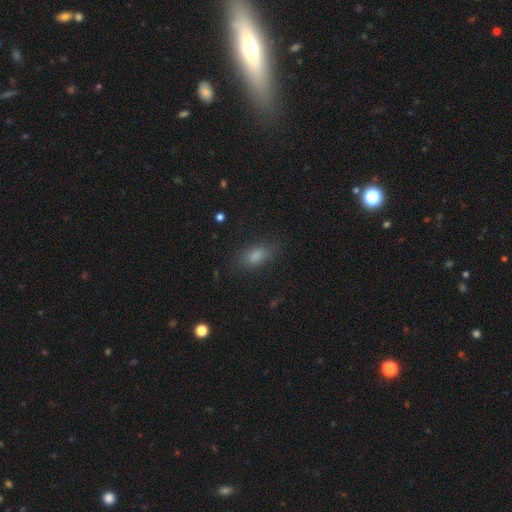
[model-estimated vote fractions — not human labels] A smooth galaxy with no disk features (73%) that is in between round and cigar-shaped (78%). Merging: none (79%).